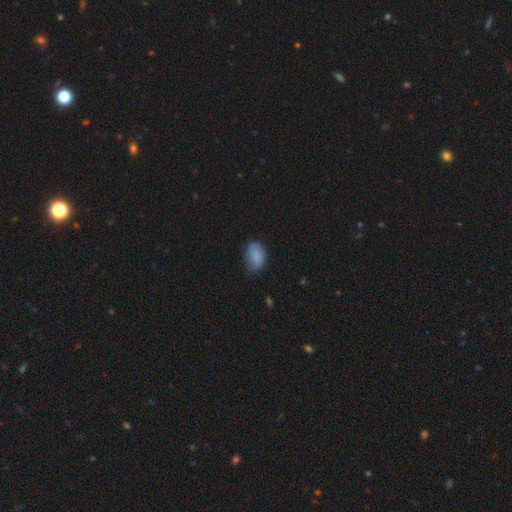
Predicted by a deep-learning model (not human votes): smooth_or_featured: smooth (p=0.84) [alt: featured or disk p=0.08]
how_rounded: in between (p=0.84) [alt: round p=0.15]
merging: none (p=0.69) [alt: minor disturbance p=0.25]